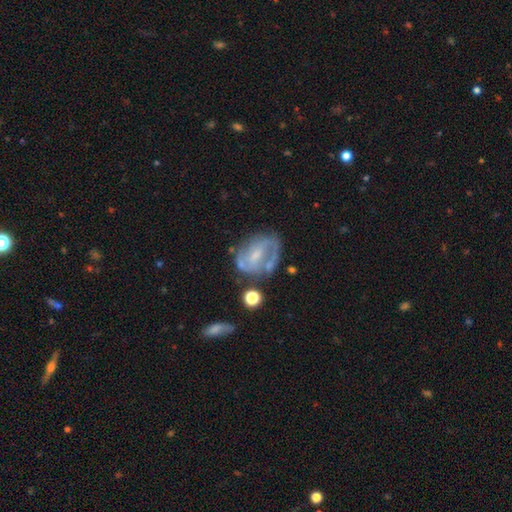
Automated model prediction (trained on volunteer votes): Smooth or featured?
  - featured or disk: 73% *
  - smooth: 19%
  - star or artifact: 8%
Edge-on disk?
  - no: 97% *
  - yes: 3%
Bar?
  - weak: 45% *
  - no: 35%
  - strong: 20%
Spiral arms?
  - yes: 74% *
  - no: 26%
Spiral winding?
  - medium: 44% *
  - tight: 34%
  - loose: 22%
Spiral arm count?
  - 2: 60% *
  - can't tell: 23%
  - 1: 8%
  - 3: 6%
  - 4: 2%
  - more than 4: 2%
Bulge size?
  - small: 49% *
  - moderate: 30%
  - none: 18%
  - large: 3%
  - dominant: 1%
Merging?
  - none: 53% *
  - minor disturbance: 22%
  - major disturbance: 16%
  - merger: 8%